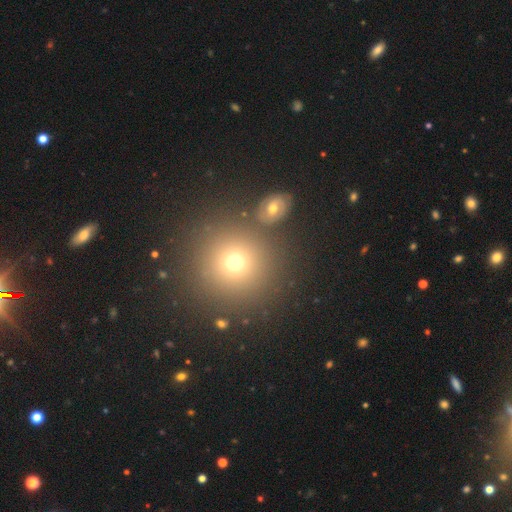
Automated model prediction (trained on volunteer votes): Smooth or featured?
  - smooth: 66% *
  - star or artifact: 23%
  - featured or disk: 10%
How rounded?
  - round: 93% *
  - in between: 6%
  - cigar-shaped: 1%
Merging?
  - none: 80% *
  - merger: 10%
  - minor disturbance: 7%
  - major disturbance: 3%